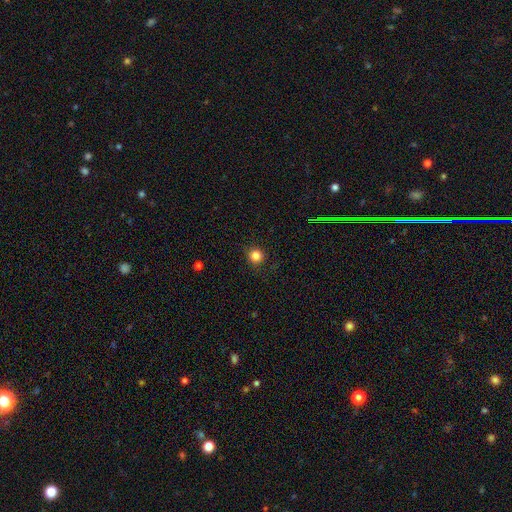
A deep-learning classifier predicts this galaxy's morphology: Smooth or featured? Predicted: smooth (p=0.83). How rounded? Predicted: round (p=0.94). Merging? Predicted: none (p=0.89).